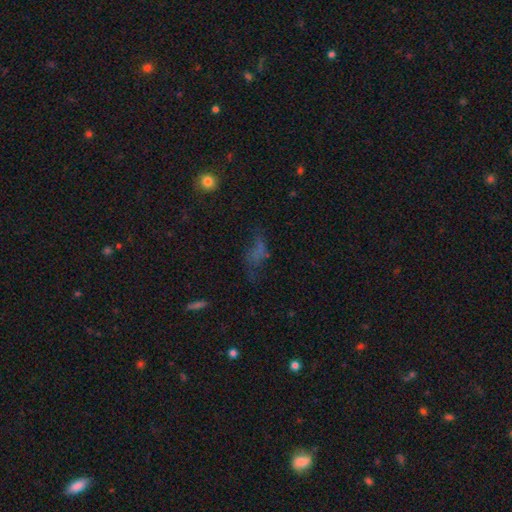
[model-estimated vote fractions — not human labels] Q: Smooth or featured?
A: smooth (41%); runner-up: star or artifact (30%)
Q: Merging?
A: none (42%); runner-up: major disturbance (31%)